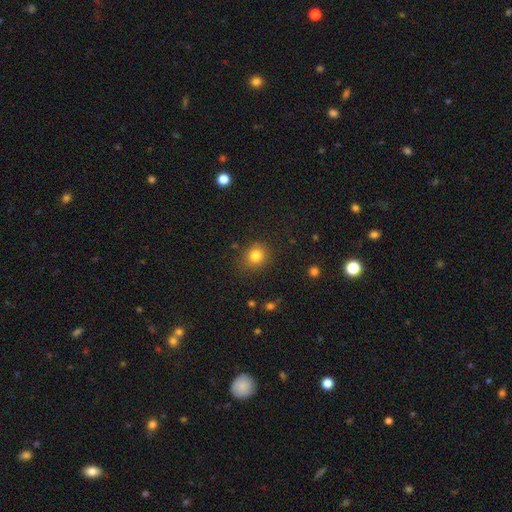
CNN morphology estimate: This is clearly a smooth galaxy (81%). How rounded: likely round (79%). Merging: clearly none (84%).